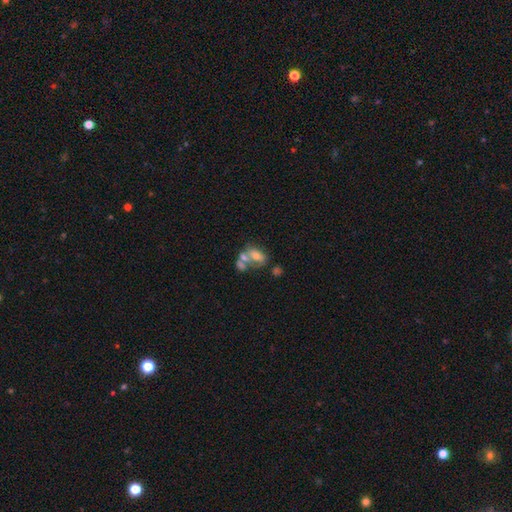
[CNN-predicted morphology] This is possibly a smooth galaxy (54%). How rounded: likely in between (80%). Merging: possibly merger (55%).